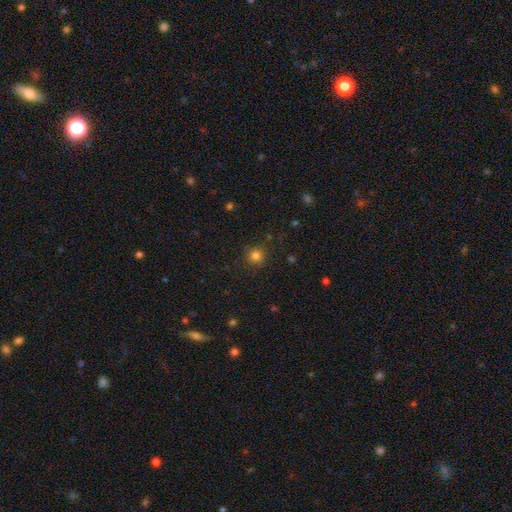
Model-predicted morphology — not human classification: Smooth or featured: smooth — 80% (star or artifact — 14%)
How rounded: round — 92% (in between — 7%)
Merging: none — 84% (minor disturbance — 11%)